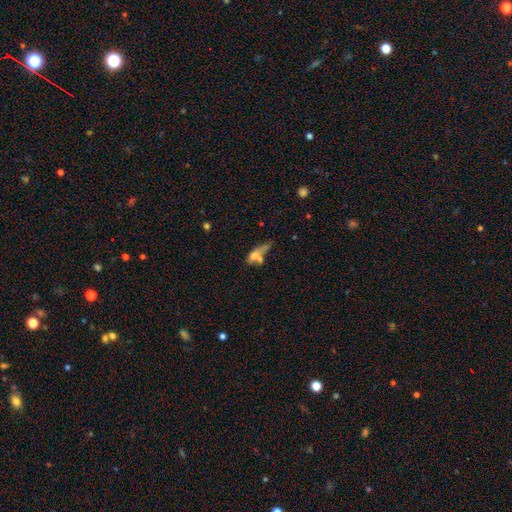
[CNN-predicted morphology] smooth-or-featured: smooth: 58% | featured or disk: 31% | star or artifact: 11%
  how-rounded: in between: 60% | cigar-shaped: 31% | round: 9%
  merging: merger: 41% | none: 25% | major disturbance: 18% | minor disturbance: 16%